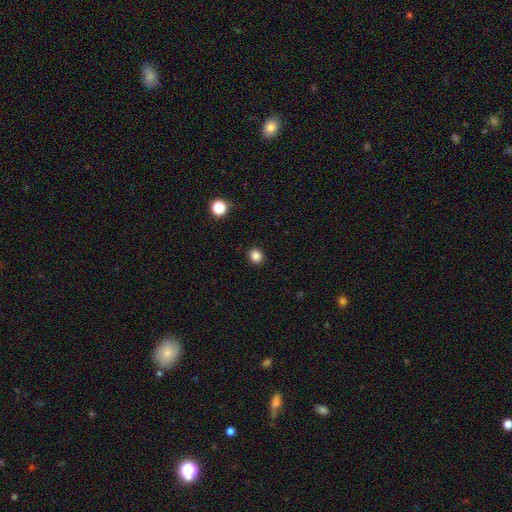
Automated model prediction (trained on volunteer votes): A smooth galaxy with no disk features (85%) that is round (68%).

Vote fractions:
- Smooth or featured? smooth: 85% / star or artifact: 12% / featured or disk: 4%
- How rounded? round: 68% / in between: 32% / cigar-shaped: 1%
- Merging? none: 91% / minor disturbance: 6% / major disturbance: 2% / merger: 1%